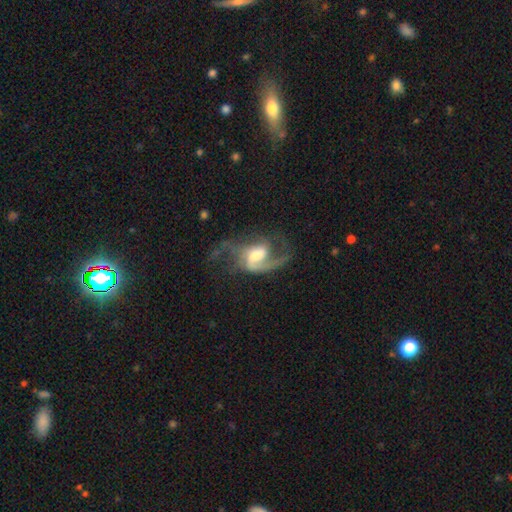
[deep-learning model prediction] A featured or disk galaxy (85%) with a weak bar (48%), 2 (56%) loose (47%) spiral arms (94%) and a moderate central bulge (53%). Merging: none (44%).